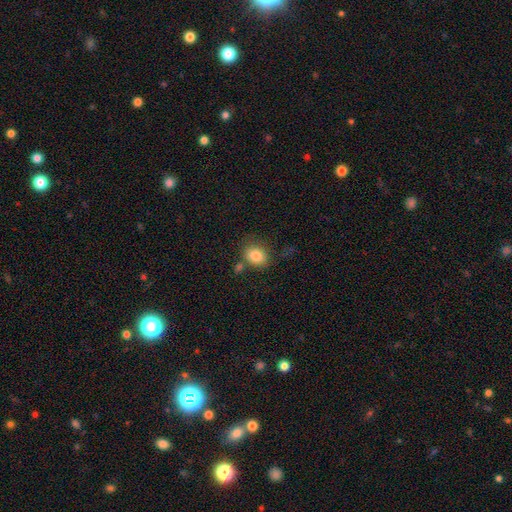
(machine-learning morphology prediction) The model was most divided on "how rounded": in between: 51%, round: 48%, cigar-shaped: 1%. More confident: smooth or featured — smooth (83%); merging — none (65%).